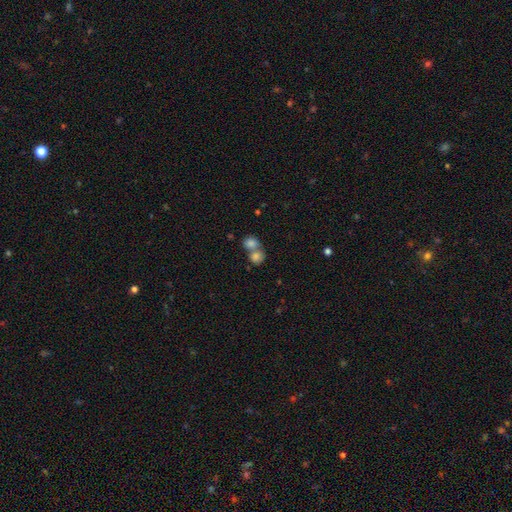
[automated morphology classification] The model was most divided on "how rounded": round: 65%, in between: 34%, cigar-shaped: 1%. More confident: smooth or featured — smooth (78%); merging — merger (62%).